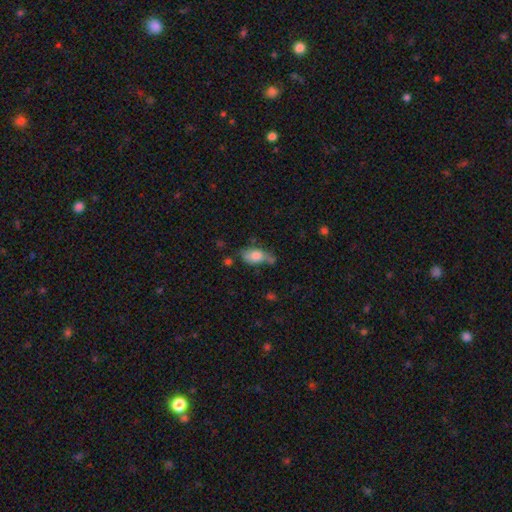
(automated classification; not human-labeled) Smooth or featured? smooth (76%)
How rounded? in between (88%)
Merging? none (50%)